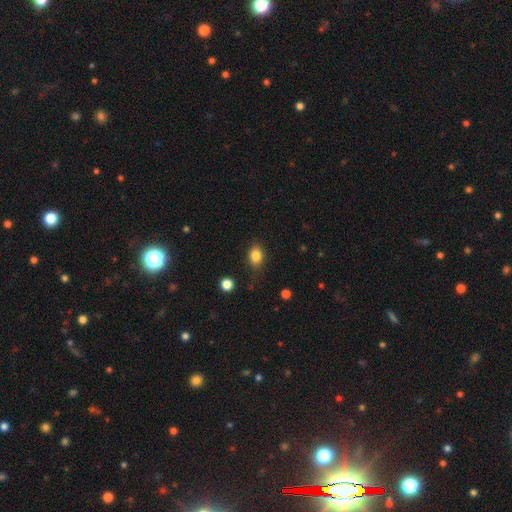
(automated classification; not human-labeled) Smooth or featured? smooth (84%)
How rounded? in between (67%)
Merging? none (77%)